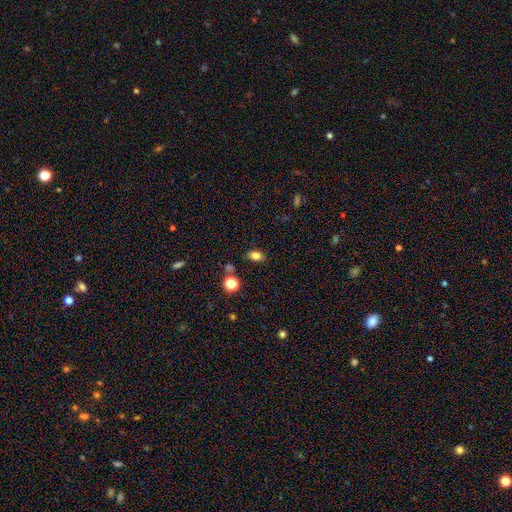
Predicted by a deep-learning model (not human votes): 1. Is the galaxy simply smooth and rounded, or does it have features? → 80% smooth, 12% star or artifact, 8% featured or disk.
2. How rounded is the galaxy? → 82% in between, 16% round, 2% cigar-shaped.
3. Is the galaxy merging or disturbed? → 83% none, 11% minor disturbance, 3% merger, 3% major disturbance.